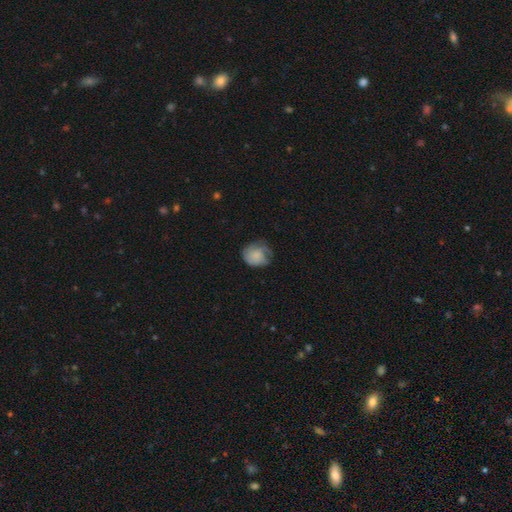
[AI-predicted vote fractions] A smooth galaxy with no disk features (65%) that is round (69%).

Vote fractions:
- Smooth or featured? smooth: 65% / featured or disk: 27% / star or artifact: 8%
- How rounded? round: 69% / in between: 30% / cigar-shaped: 1%
- Merging? none: 48% / minor disturbance: 32% / major disturbance: 19% / merger: 1%